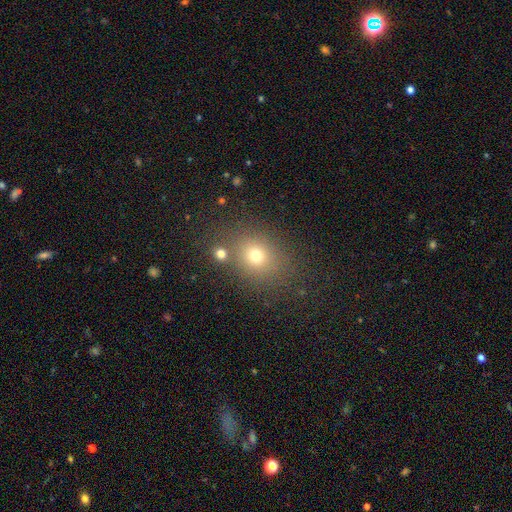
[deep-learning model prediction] Smooth or featured: smooth — 70% (star or artifact — 19%)
How rounded: round — 62% (in between — 37%)
Merging: none — 74% (minor disturbance — 11%)